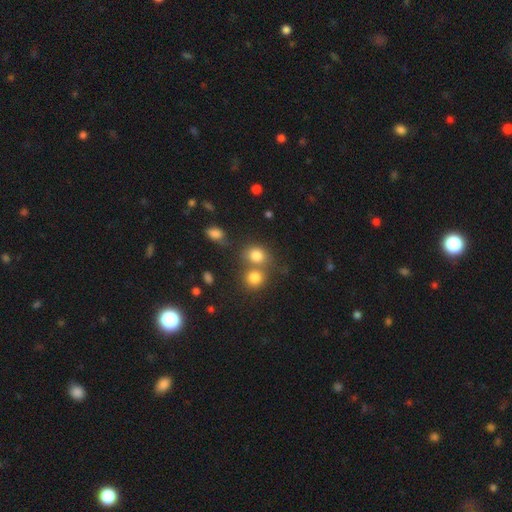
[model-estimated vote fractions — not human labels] smooth-or-featured: smooth: 79% | star or artifact: 13% | featured or disk: 8%
  how-rounded: round: 71% | in between: 28% | cigar-shaped: 1%
  merging: none: 44% | merger: 42% | minor disturbance: 9% | major disturbance: 4%